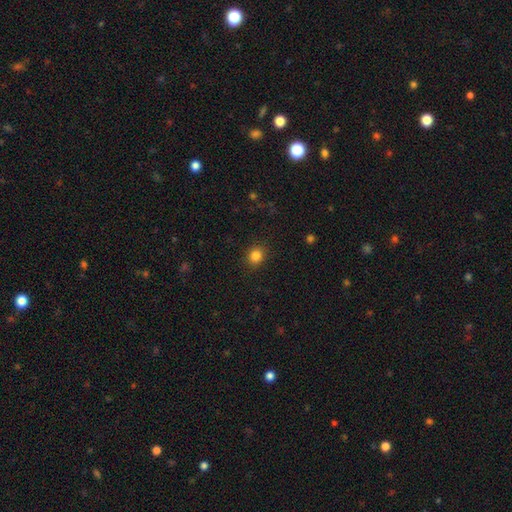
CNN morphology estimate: A smooth galaxy with no disk features (84%) that is round (78%).

Vote fractions:
- Smooth or featured? smooth: 84% / star or artifact: 11% / featured or disk: 4%
- How rounded? round: 78% / in between: 21% / cigar-shaped: 1%
- Merging? none: 89% / minor disturbance: 7% / major disturbance: 3% / merger: 1%